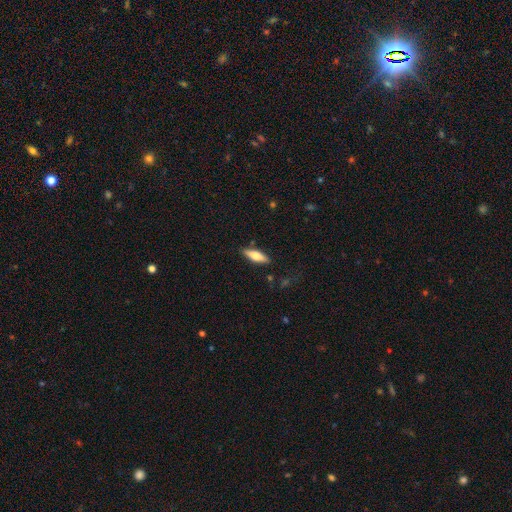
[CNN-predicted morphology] The model was most divided on "how rounded" (2-way tie): cigar-shaped: 49%, in between: 49%, round: 2%. More confident: merging — none (85%); smooth or featured — smooth (60%).